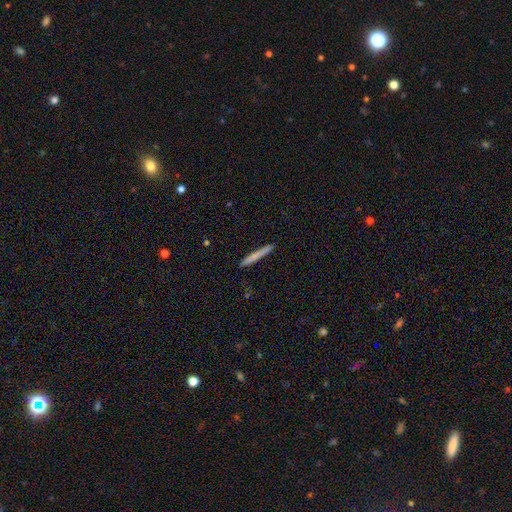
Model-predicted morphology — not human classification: type=smooth (73%); roundness=cigar-shaped (97%); merging=none (92%).